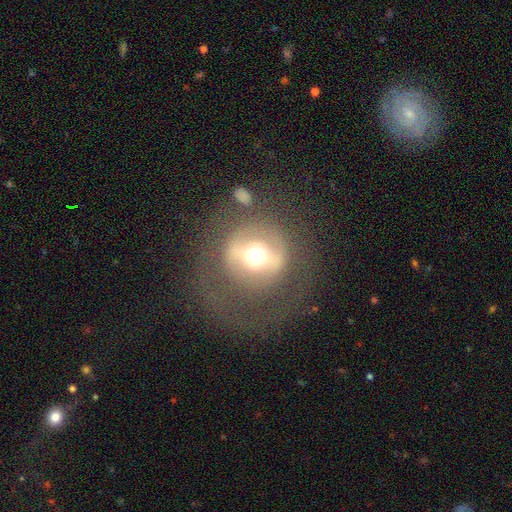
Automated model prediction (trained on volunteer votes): Smooth or featured: featured or disk — 51% (smooth — 38%)
Edge-on disk: no — 93% (yes — 7%)
Merging: none — 58% (major disturbance — 23%)